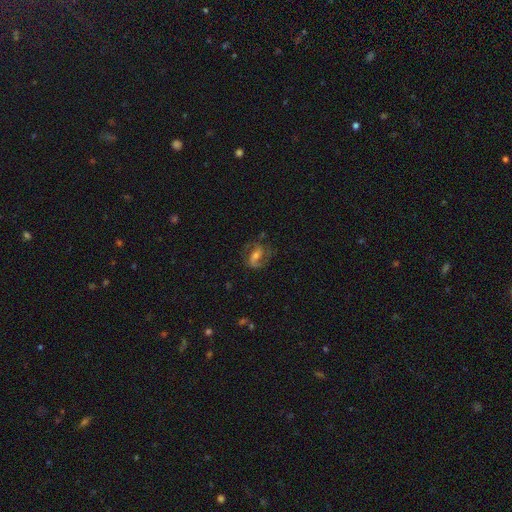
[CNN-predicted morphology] A featured or disk galaxy (74%) with a weak bar (40%), 2 (83%) medium (50%) spiral arms (91%) and a moderate central bulge (53%).

Vote fractions:
- Smooth or featured? featured or disk: 74% / smooth: 18% / star or artifact: 8%
- Edge-on disk? no: 96% / yes: 4%
- Bar? weak: 40% / strong: 33% / no: 27%
- Spiral arms? yes: 91% / no: 9%
- Spiral winding? medium: 50% / loose: 30% / tight: 20%
- Spiral arm count? 2: 83% / can't tell: 7% / 1: 6% / 3: 2% / 4: 1% / more than 4: 1%
- Bulge size? moderate: 53% / small: 37% / large: 6% / none: 3% / dominant: 1%
- Merging? none: 68% / minor disturbance: 18% / major disturbance: 13% / merger: 2%